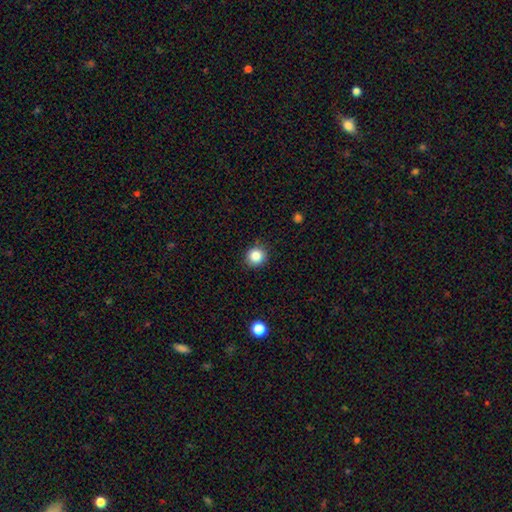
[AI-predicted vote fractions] Smooth or featured?
  - smooth: 85% *
  - star or artifact: 11%
  - featured or disk: 4%
How rounded?
  - round: 93% *
  - in between: 6%
  - cigar-shaped: 1%
Merging?
  - none: 90% *
  - minor disturbance: 7%
  - major disturbance: 2%
  - merger: 1%